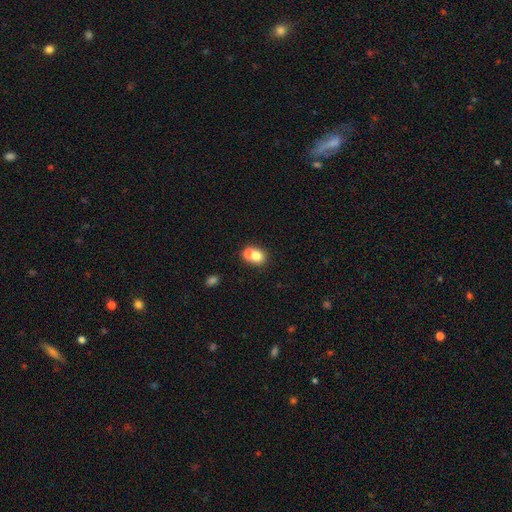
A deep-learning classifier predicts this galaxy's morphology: Smooth or featured: smooth — 72% (featured or disk — 18%)
How rounded: round — 61% (in between — 38%)
Merging: merger — 63% (none — 28%)